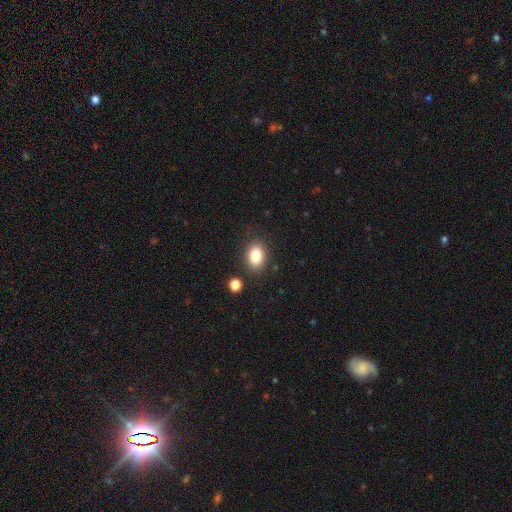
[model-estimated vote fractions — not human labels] Smooth or featured? smooth (82%)
How rounded? in between (71%)
Merging? none (83%)